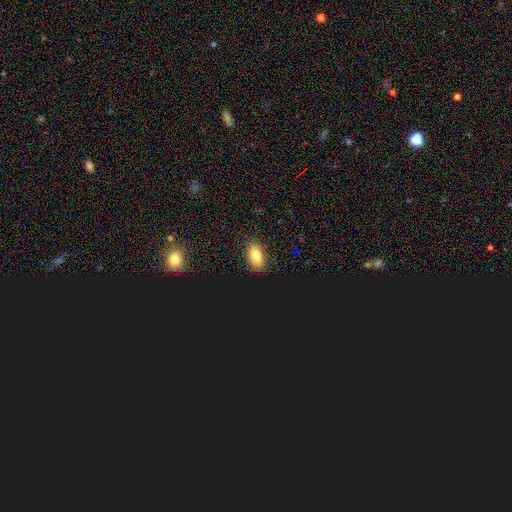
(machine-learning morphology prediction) This appears to be a smooth galaxy with no disk features (77%) that is in between round and cigar-shaped (88%). Merging: none (88%).